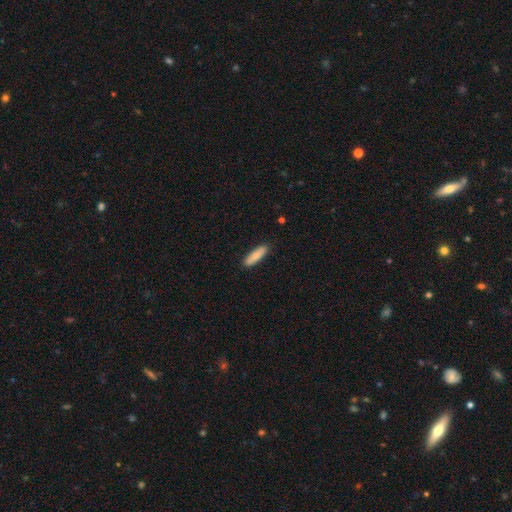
This appears to be a smooth galaxy with no disk features (82%) that is cigar-shaped (64%). Merging: none (92%).